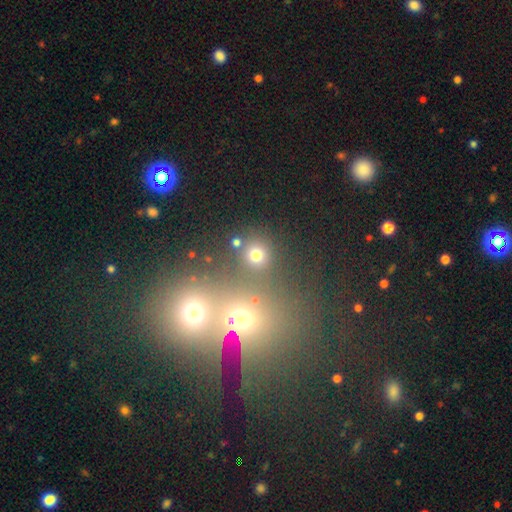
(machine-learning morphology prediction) smooth 67%, star or artifact 25%, featured or disk 8%. Down the decision tree: how rounded — round (86%); merging — none (67%).